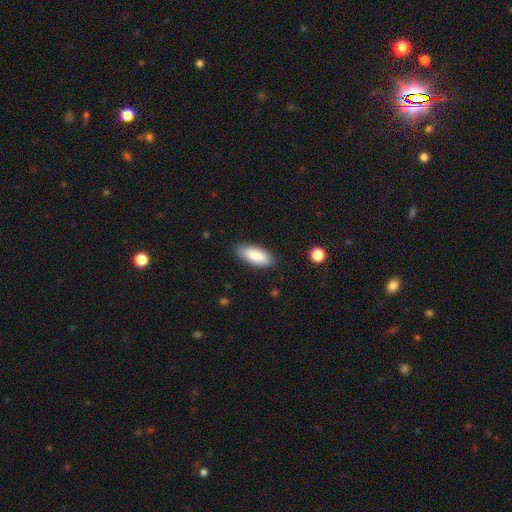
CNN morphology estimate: This is clearly a smooth galaxy (86%). How rounded: clearly in between (82%). Merging: clearly none (85%).